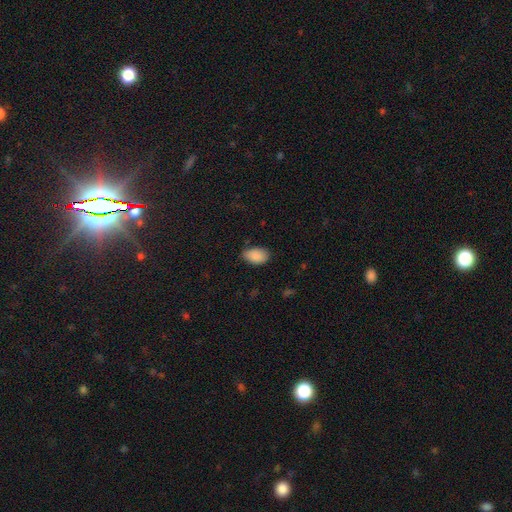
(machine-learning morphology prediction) Overall: smooth (88%). How rounded: in between (91%). Merging: none (74%).